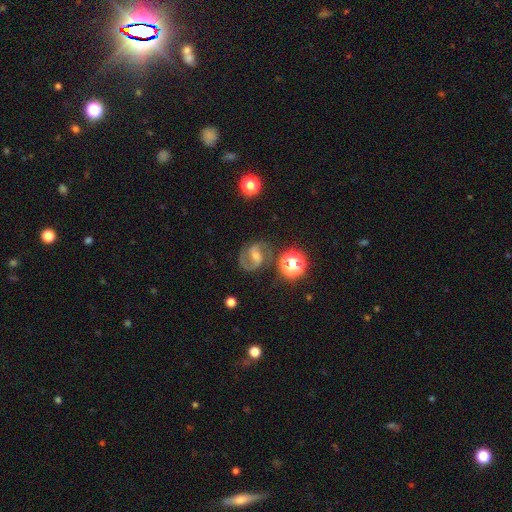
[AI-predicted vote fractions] Morphology: type=featured or disk (82%); edge-on=no (98%); bar=weak (45%); spiral arms=yes (96%); winding=medium (59%); arm count=2 (92%); bulge=moderate (47%); merging=none (80%).